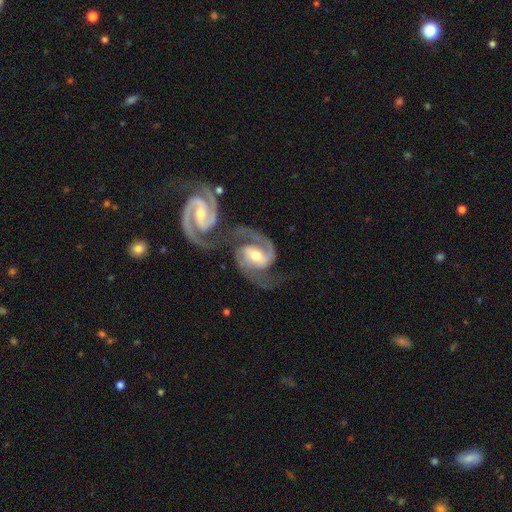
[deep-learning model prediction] A featured or disk galaxy (91%) with a weak bar (43%), 2 (92%) medium (61%) spiral arms (98%) and a moderate central bulge (70%).

Vote fractions:
- Smooth or featured? featured or disk: 91% / smooth: 5% / star or artifact: 4%
- Edge-on disk? no: 98% / yes: 2%
- Bar? weak: 43% / strong: 33% / no: 24%
- Spiral arms? yes: 98% / no: 2%
- Spiral winding? medium: 61% / tight: 26% / loose: 13%
- Spiral arm count? 2: 92% / 3: 2% / can't tell: 2% / 1: 2% / 4: 1% / more than 4: 1%
- Bulge size? moderate: 70% / small: 20% / large: 8% / none: 1% / dominant: 1%
- Merging? none: 42% / merger: 37% / minor disturbance: 13% / major disturbance: 9%